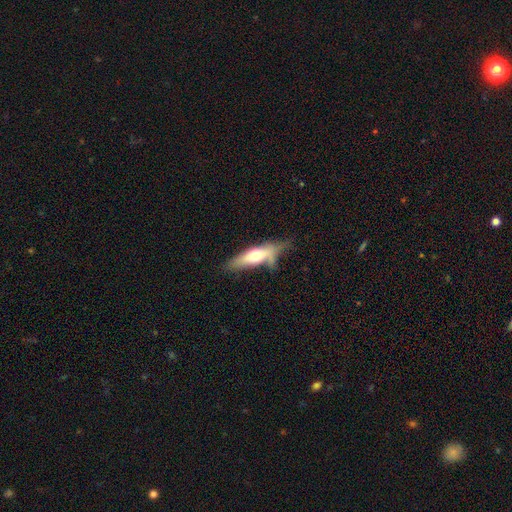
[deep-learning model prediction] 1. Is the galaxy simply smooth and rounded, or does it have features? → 53% smooth, 41% featured or disk, 6% star or artifact.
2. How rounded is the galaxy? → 55% cigar-shaped, 42% in between, 3% round.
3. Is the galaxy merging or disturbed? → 44% none, 29% minor disturbance, 16% major disturbance, 11% merger.